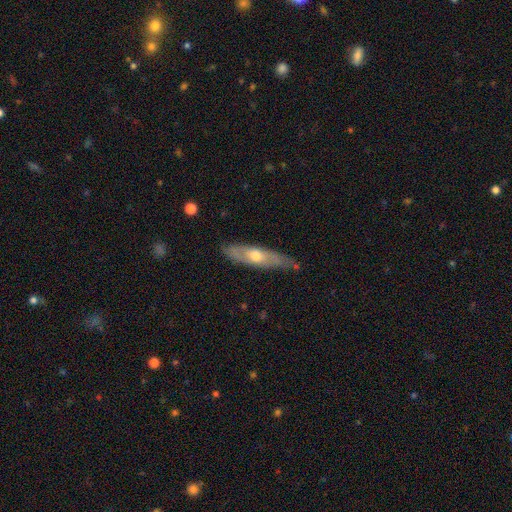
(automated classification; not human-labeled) Smooth or featured? Predicted: featured or disk (p=0.53). Edge-on disk? Predicted: yes (p=0.57). Merging? Predicted: none (p=0.73).